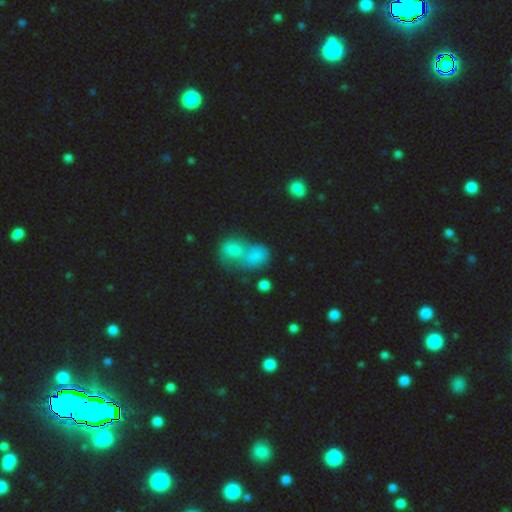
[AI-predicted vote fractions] smooth-or-featured: smooth: 67% | featured or disk: 17% | star or artifact: 16%
  how-rounded: in between: 65% | round: 33% | cigar-shaped: 2%
  merging: merger: 68% | none: 17% | minor disturbance: 8% | major disturbance: 7%